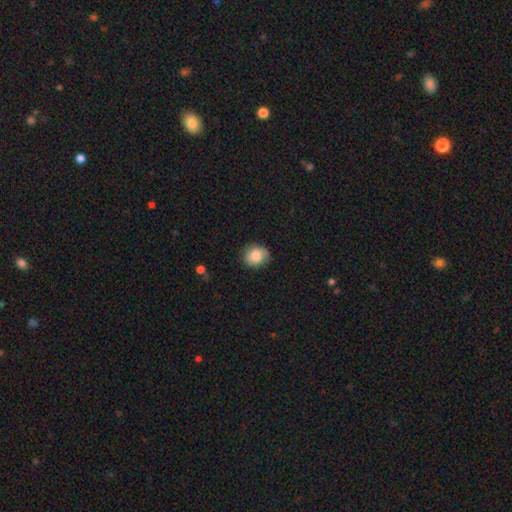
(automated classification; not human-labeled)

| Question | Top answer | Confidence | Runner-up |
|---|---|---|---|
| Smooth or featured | smooth | 80% | featured or disk (12%) |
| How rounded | round | 76% | in between (23%) |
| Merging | none | 78% | minor disturbance (17%) |